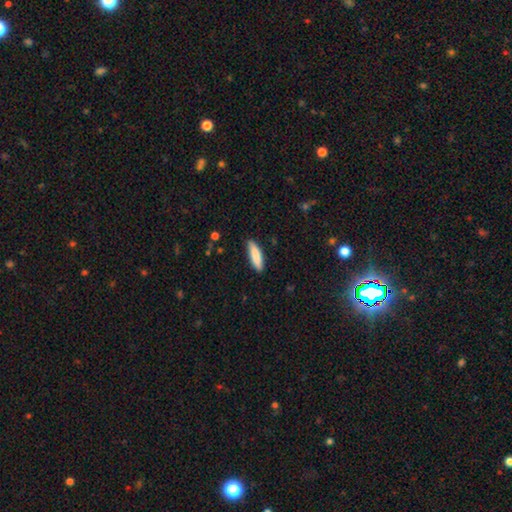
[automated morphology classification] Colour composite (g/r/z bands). It shows a smooth galaxy with no disk features (84%) that is cigar-shaped (67%). Merging: none (85%).